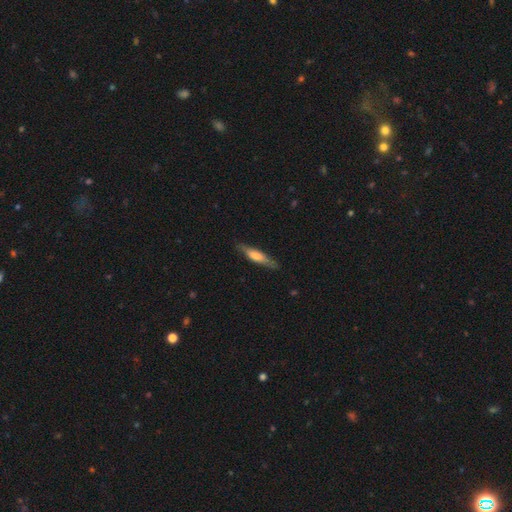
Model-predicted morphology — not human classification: Smooth or featured? smooth (48%)
Merging? none (85%)